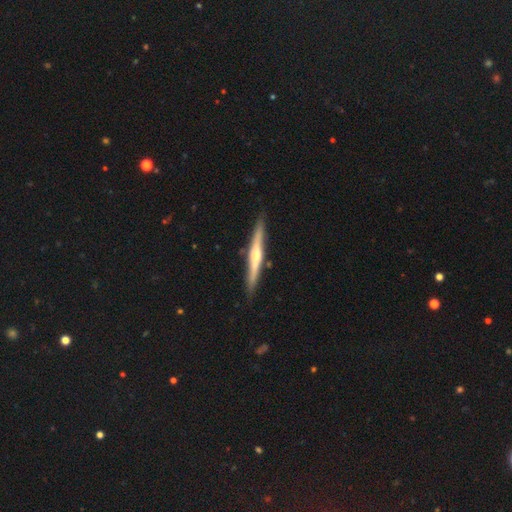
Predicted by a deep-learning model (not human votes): Q: Smooth or featured?
A: featured or disk (64%); runner-up: smooth (31%)
Q: Edge-on disk?
A: yes (97%); runner-up: no (3%)
Q: Edge-on bulge?
A: rounded (59%); runner-up: none (27%)
Q: Merging?
A: none (87%); runner-up: minor disturbance (9%)